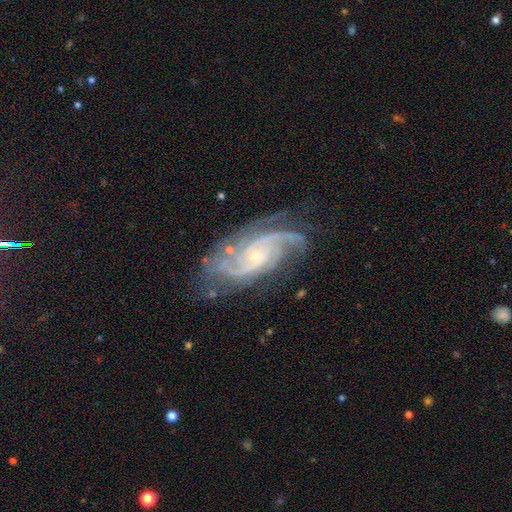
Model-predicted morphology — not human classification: Smooth or featured? Predicted: featured or disk (p=0.91). Edge-on disk? Predicted: no (p=0.96). Bar? Predicted: no (p=0.67). Spiral arms? Predicted: yes (p=0.98). Spiral winding? Predicted: tight (p=0.45, tied with medium). Spiral arm count? Predicted: 3 (p=0.31, tied with 2). Bulge size? Predicted: small (p=0.79). Merging? Predicted: none (p=0.70).